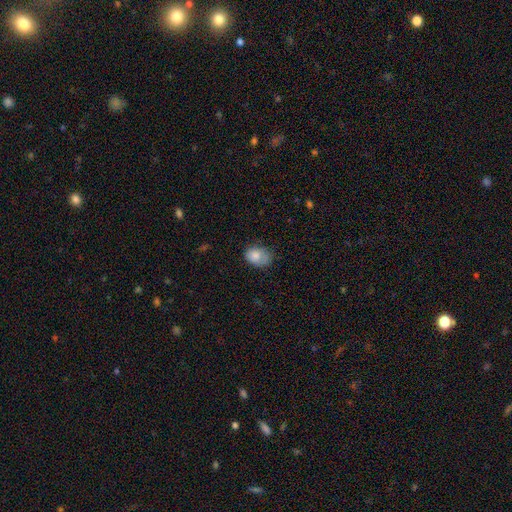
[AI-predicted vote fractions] Smooth or featured? Predicted: smooth (p=0.80). How rounded? Predicted: in between (p=0.68). Merging? Predicted: none (p=0.49).